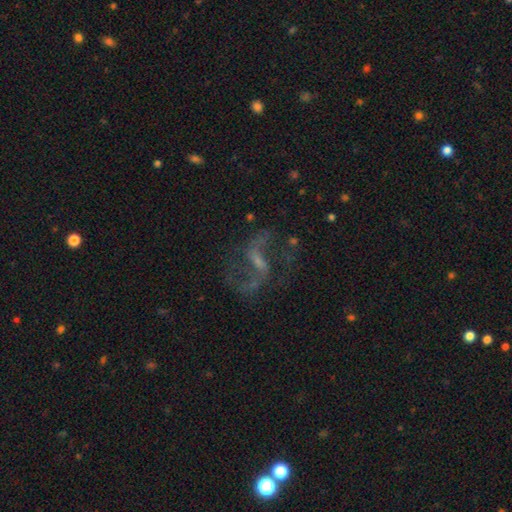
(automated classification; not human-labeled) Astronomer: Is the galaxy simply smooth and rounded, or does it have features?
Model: featured or disk — 84%.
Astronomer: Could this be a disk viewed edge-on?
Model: no — 97%.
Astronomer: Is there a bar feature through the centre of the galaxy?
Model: weak — 50% (runner-up: strong, 32%).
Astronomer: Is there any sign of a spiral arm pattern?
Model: yes — 94%.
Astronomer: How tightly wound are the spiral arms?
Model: loose — 68%.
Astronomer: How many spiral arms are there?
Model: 2 — 91%.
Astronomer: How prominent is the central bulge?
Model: small — 49% (runner-up: none, 29%).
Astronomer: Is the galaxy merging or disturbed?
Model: none — 70%.